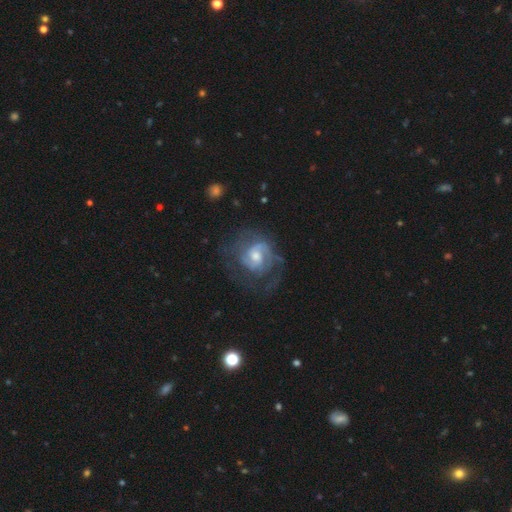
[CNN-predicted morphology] featured or disk 82%, smooth 11%, star or artifact 7%. Down the decision tree: edge-on disk — no (98%); bar — no (48%); spiral arms — yes (92%); spiral arm count — 2 (49%); spiral winding — tight (46%); bulge size — moderate (59%); merging — none (60%).